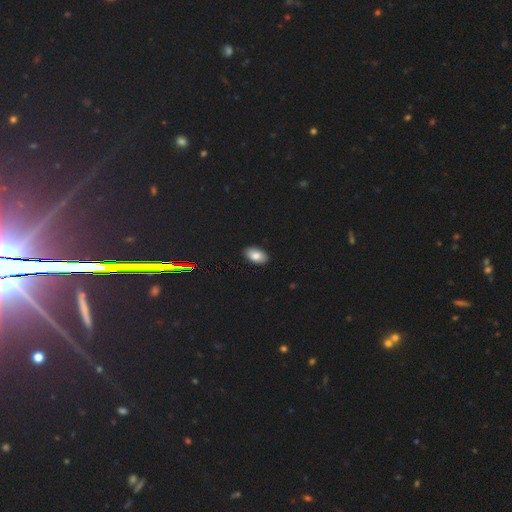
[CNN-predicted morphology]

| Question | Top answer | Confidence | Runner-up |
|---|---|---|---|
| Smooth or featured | smooth | 82% | star or artifact (10%) |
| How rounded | in between | 93% | round (5%) |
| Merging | none | 90% | minor disturbance (8%) |